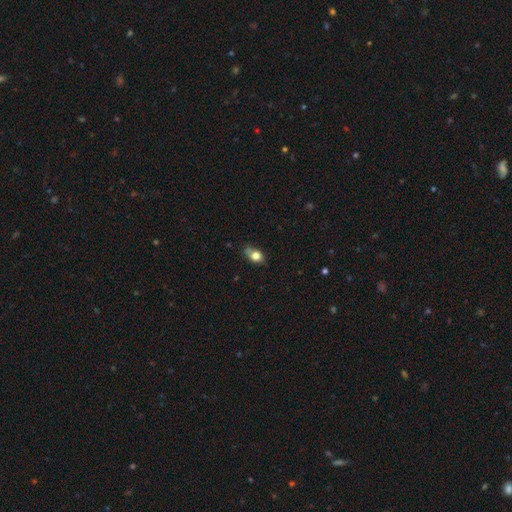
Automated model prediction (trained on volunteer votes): Smooth or featured?
  - smooth: 76% *
  - featured or disk: 14%
  - star or artifact: 10%
How rounded?
  - in between: 72% *
  - round: 25%
  - cigar-shaped: 3%
Merging?
  - none: 52% *
  - minor disturbance: 35%
  - major disturbance: 9%
  - merger: 5%